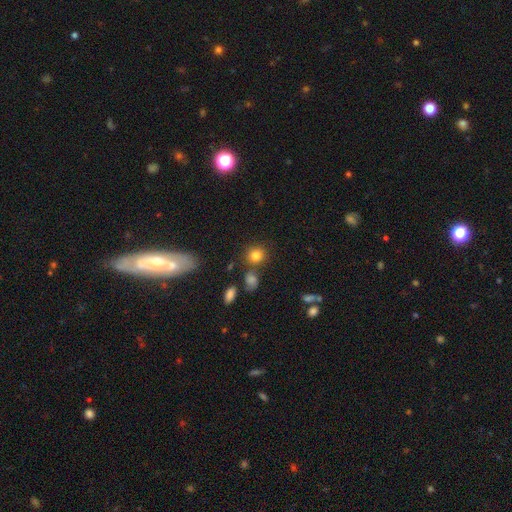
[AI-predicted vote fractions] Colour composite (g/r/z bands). It shows a smooth galaxy with no disk features (81%) that is round (82%). Merging: none (75%).